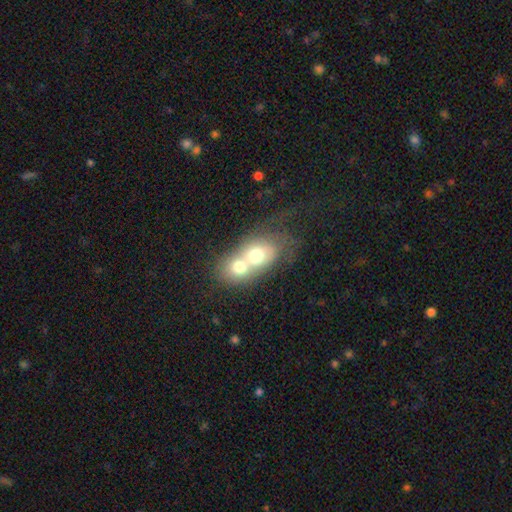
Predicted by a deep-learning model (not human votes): This appears to be a smooth galaxy with no disk features (61%) that is in between round and cigar-shaped (57%). Merging: merger (79%).